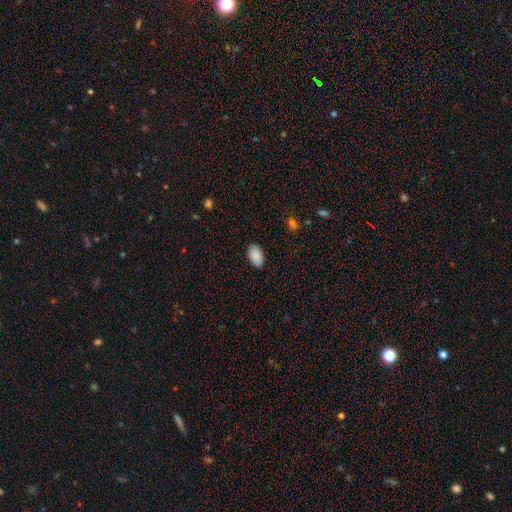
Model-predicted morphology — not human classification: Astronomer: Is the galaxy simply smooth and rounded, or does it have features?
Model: smooth — 90%.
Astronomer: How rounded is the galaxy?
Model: in between — 94%.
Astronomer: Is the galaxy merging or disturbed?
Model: none — 87%.